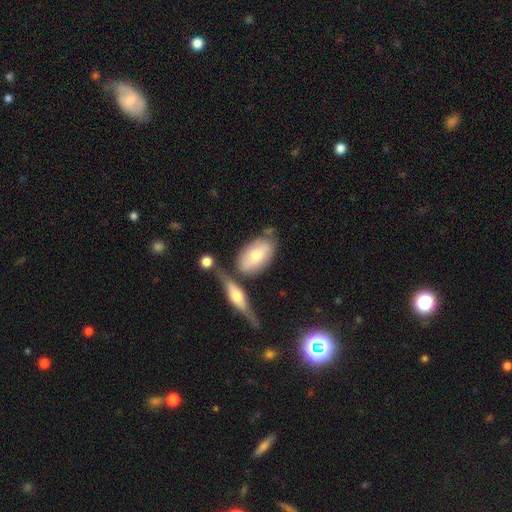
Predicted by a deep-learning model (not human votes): smooth-or-featured: smooth: 69% | featured or disk: 26% | star or artifact: 5%
  how-rounded: in between: 91% | cigar-shaped: 5% | round: 4%
  merging: none: 53% | merger: 22% | minor disturbance: 19% | major disturbance: 6%